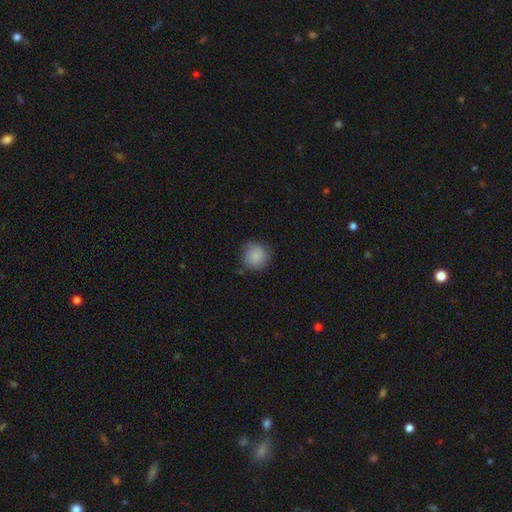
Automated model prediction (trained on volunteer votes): Overall: smooth (85%). How rounded: round (92%). Merging: none (79%).